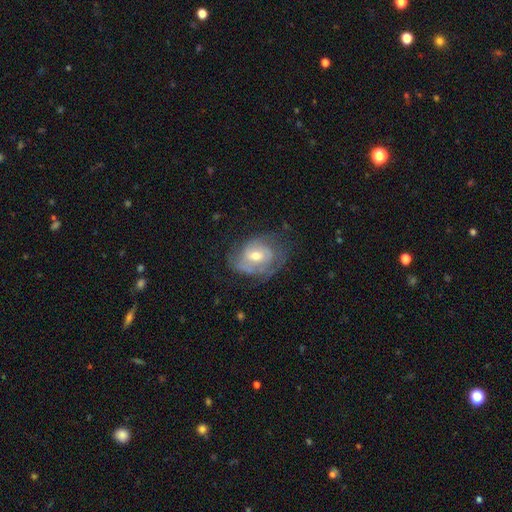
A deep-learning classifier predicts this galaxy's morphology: smooth-or-featured: featured or disk: 70% | smooth: 23% | star or artifact: 7%
  disk-edge-on: no: 97% | yes: 3%
    bar: no: 55% | weak: 37% | strong: 8%
    has-spiral-arms: yes: 81% | no: 19%
      spiral-winding: tight: 51% | medium: 35% | loose: 14%
      spiral-arm-count: 2: 41% | can't tell: 34% | 1: 10% | 3: 10% | 4: 3% | more than 4: 2%
    bulge-size: moderate: 65% | small: 29% | large: 4% | none: 1% | dominant: 1%
  merging: none: 55% | minor disturbance: 27% | major disturbance: 17% | merger: 2%